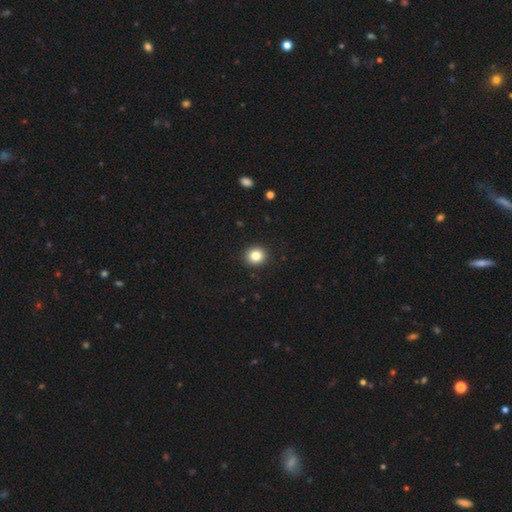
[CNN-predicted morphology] Overall: smooth (83%). How rounded: round (87%). Merging: none (92%).